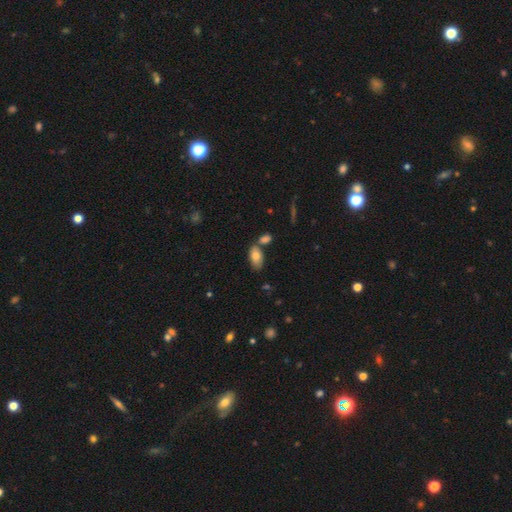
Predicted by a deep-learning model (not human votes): smooth 79%, featured or disk 14%, star or artifact 7%. Down the decision tree: how rounded — in between (93%); merging — none (64%).